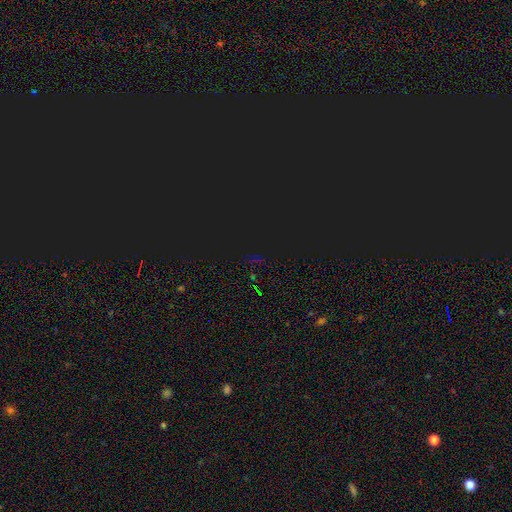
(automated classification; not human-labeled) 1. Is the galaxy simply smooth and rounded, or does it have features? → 82% star or artifact, 11% smooth, 7% featured or disk.